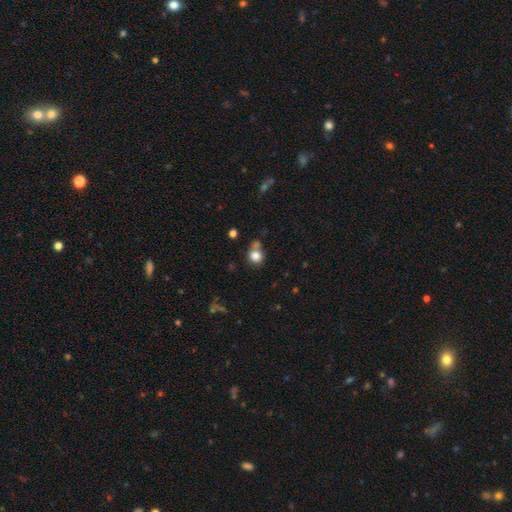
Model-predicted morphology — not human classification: A smooth galaxy with no disk features (82%) that is round (84%).

Vote fractions:
- Smooth or featured? smooth: 82% / star or artifact: 11% / featured or disk: 7%
- How rounded? round: 84% / in between: 15% / cigar-shaped: 1%
- Merging? none: 56% / merger: 24% / minor disturbance: 15% / major disturbance: 6%